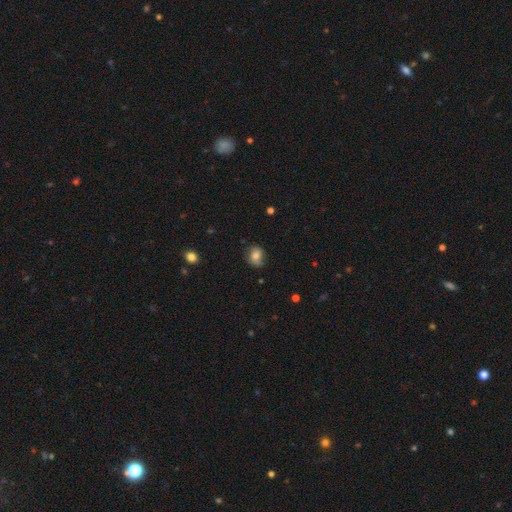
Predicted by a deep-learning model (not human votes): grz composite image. It shows a smooth galaxy with no disk features (72%) that is round (53%). Merging: none (65%).